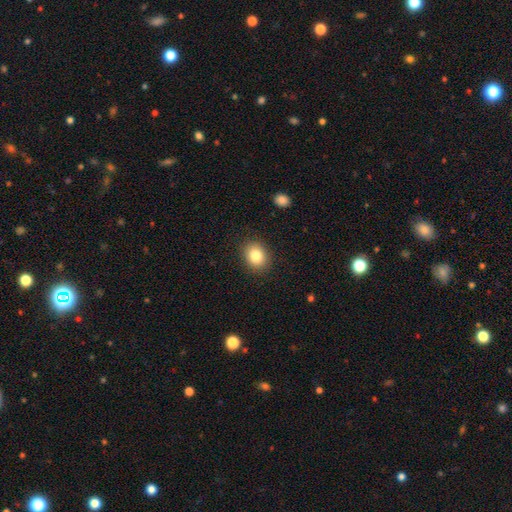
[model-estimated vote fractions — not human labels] Q: Smooth or featured?
A: smooth (83%); runner-up: star or artifact (9%)
Q: How rounded?
A: round (58%); runner-up: in between (41%)
Q: Merging?
A: none (89%); runner-up: minor disturbance (8%)